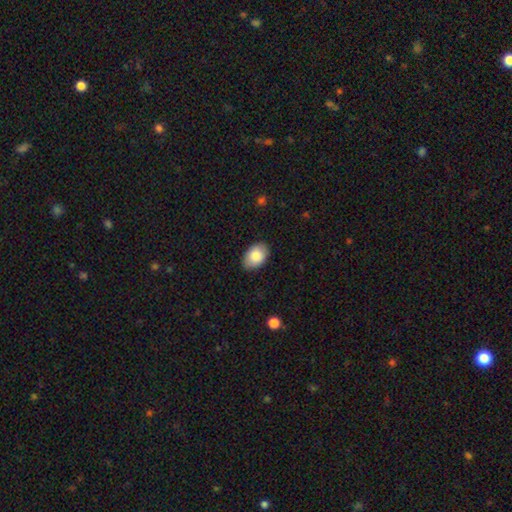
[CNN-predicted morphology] type=smooth (84%); roundness=in between (89%); merging=none (86%).